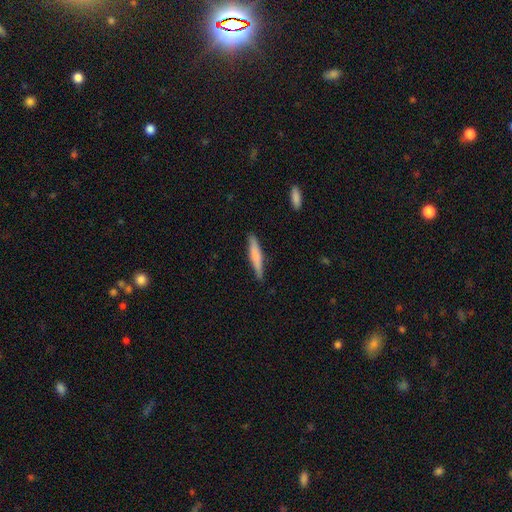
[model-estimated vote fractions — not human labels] Smooth or featured? smooth (66%)
How rounded? cigar-shaped (92%)
Merging? none (86%)